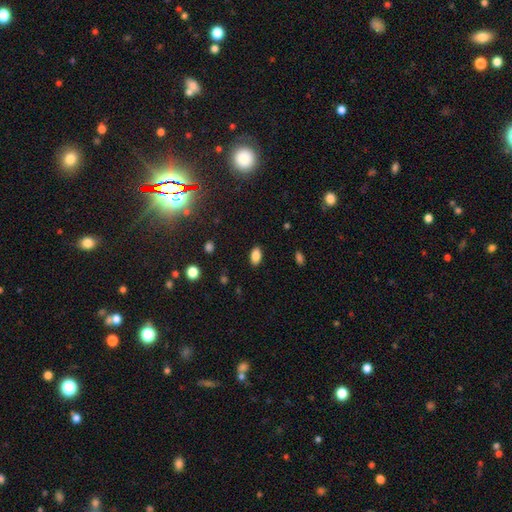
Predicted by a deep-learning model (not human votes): A smooth galaxy with no disk features (86%) that is in between round and cigar-shaped (91%). Merging: none (88%).